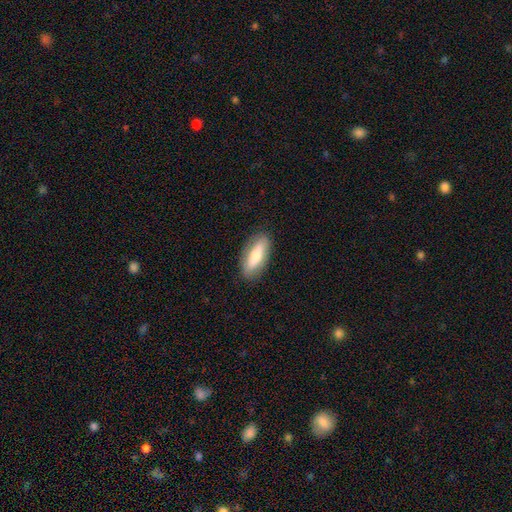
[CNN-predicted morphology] This is likely a smooth galaxy (66%). How rounded: likely in between (66%). Merging: clearly none (86%).